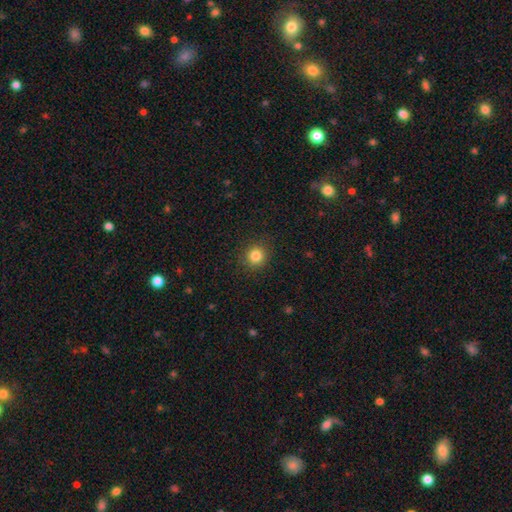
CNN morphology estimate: smooth 83%, star or artifact 12%, featured or disk 5%. Down the decision tree: how rounded — round (91%); merging — none (90%).